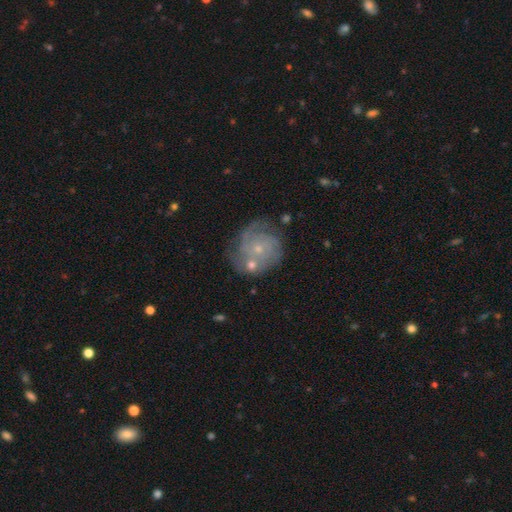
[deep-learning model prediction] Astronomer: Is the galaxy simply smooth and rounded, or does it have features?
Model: featured or disk — 73%.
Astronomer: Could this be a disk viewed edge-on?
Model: no — 98%.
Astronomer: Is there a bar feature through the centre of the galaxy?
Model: no — 80%.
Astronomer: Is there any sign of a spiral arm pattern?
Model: yes — 89%.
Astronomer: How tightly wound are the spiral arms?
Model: tight — 63%.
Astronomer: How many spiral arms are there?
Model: can't tell — 37% (runner-up: 2, 21%).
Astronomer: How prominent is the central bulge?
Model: small — 78%.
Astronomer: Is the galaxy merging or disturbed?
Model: none — 63%.